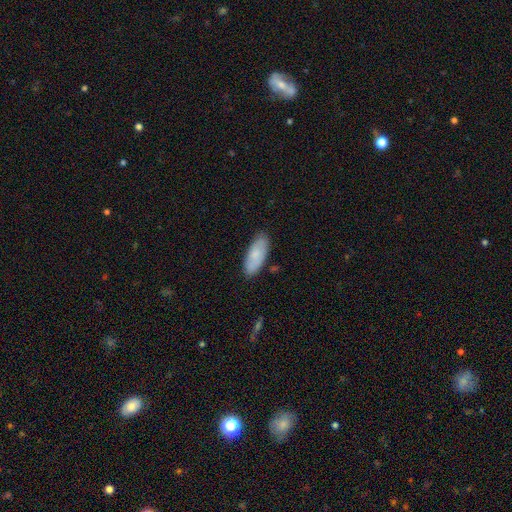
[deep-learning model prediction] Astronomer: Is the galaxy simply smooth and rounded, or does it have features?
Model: smooth — 77%.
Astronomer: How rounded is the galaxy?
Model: in between — 82%.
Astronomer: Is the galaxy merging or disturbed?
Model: none — 83%.